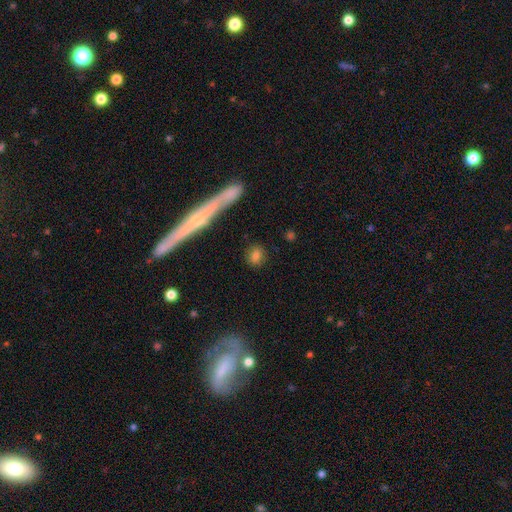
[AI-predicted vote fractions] smooth-or-featured: smooth: 79% | featured or disk: 11% | star or artifact: 10%
  how-rounded: round: 55% | in between: 38% | cigar-shaped: 7%
  merging: none: 85% | minor disturbance: 9% | merger: 3% | major disturbance: 3%